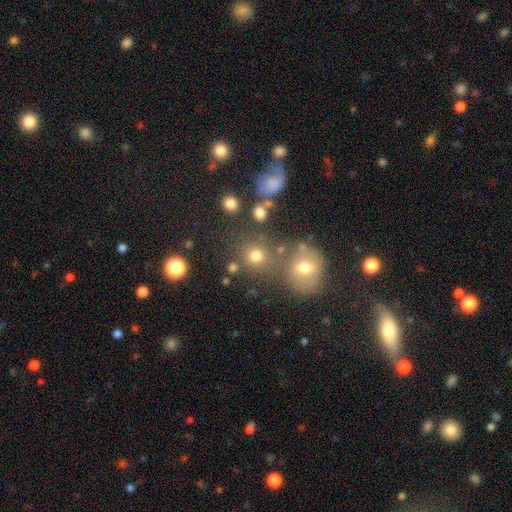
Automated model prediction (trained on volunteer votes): Smooth or featured? smooth (75%)
How rounded? round (84%)
Merging? none (60%)